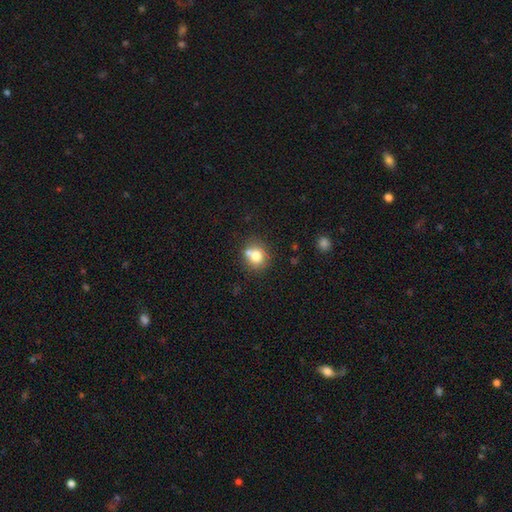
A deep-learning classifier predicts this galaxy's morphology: smooth 76%, featured or disk 13%, star or artifact 11%. Down the decision tree: how rounded — round (78%); merging — none (57%).